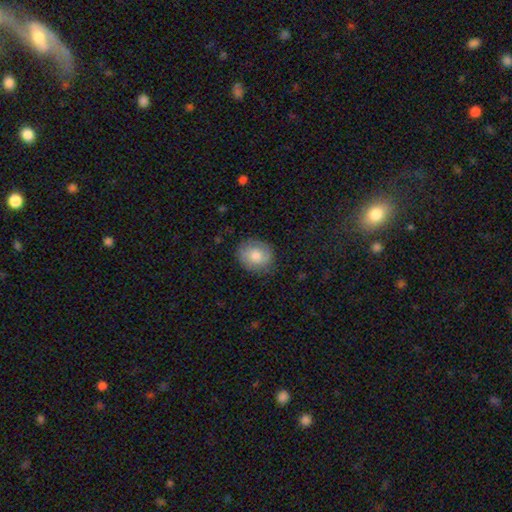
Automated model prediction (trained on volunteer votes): Q: Smooth or featured?
A: smooth (72%); runner-up: featured or disk (21%)
Q: How rounded?
A: round (62%); runner-up: in between (37%)
Q: Merging?
A: none (80%); runner-up: minor disturbance (15%)